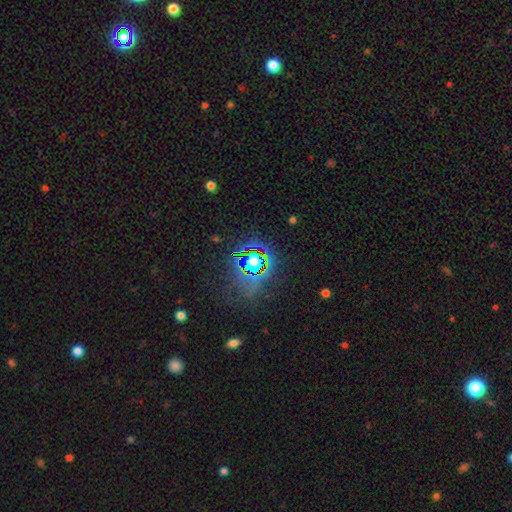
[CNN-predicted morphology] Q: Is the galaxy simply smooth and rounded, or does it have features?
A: star or artifact — 73%.